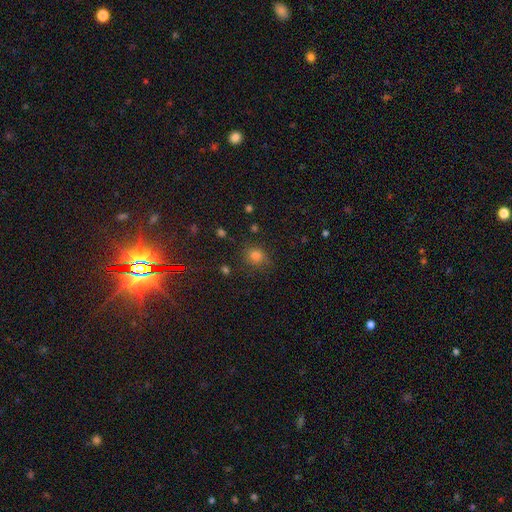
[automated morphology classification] Smooth or featured: smooth — 71% (star or artifact — 22%)
How rounded: round — 78% (in between — 20%)
Merging: none — 77% (minor disturbance — 15%)